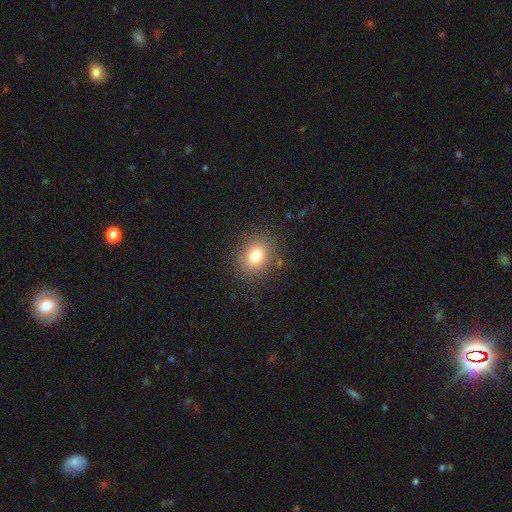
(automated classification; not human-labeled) Smooth or featured: smooth — 80% (star or artifact — 11%)
How rounded: round — 53% (in between — 46%)
Merging: none — 84% (minor disturbance — 10%)